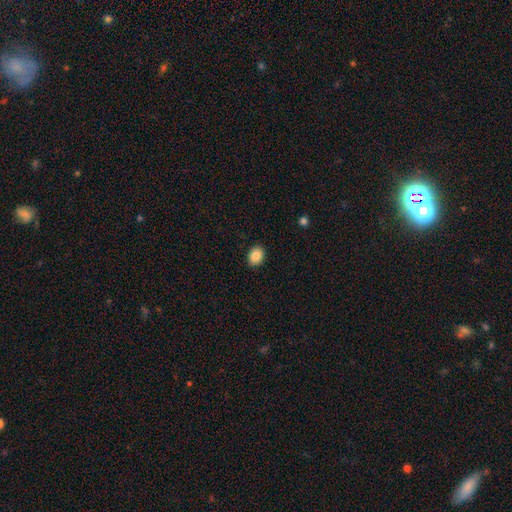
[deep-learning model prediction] Smooth or featured: smooth — 86% (star or artifact — 9%)
How rounded: in between — 59% (round — 40%)
Merging: none — 90% (minor disturbance — 8%)